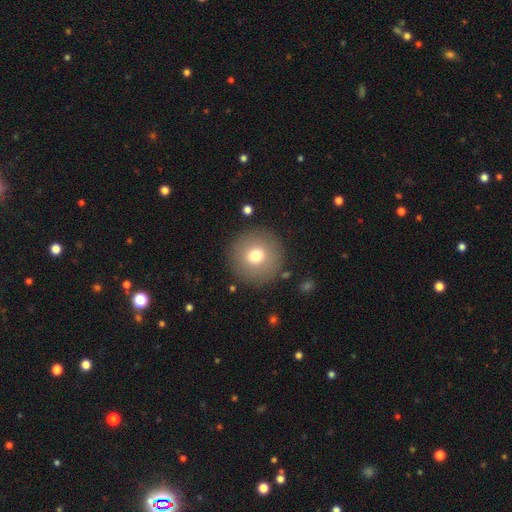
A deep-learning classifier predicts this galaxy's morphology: Overall: smooth (74%). How rounded: round (96%). Merging: none (89%).